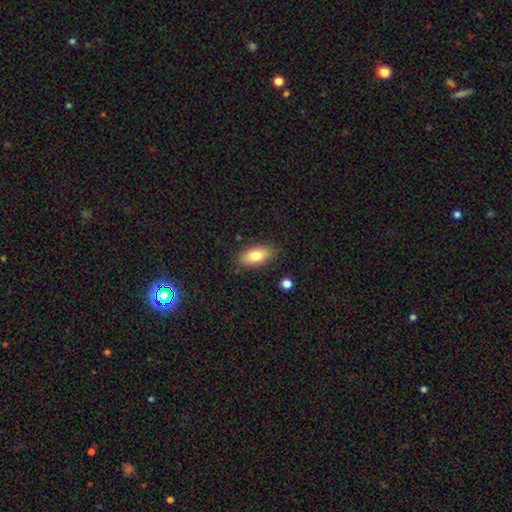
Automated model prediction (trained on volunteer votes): Smooth or featured? Predicted: smooth (p=0.81). How rounded? Predicted: in between (p=0.89). Merging? Predicted: none (p=0.84).